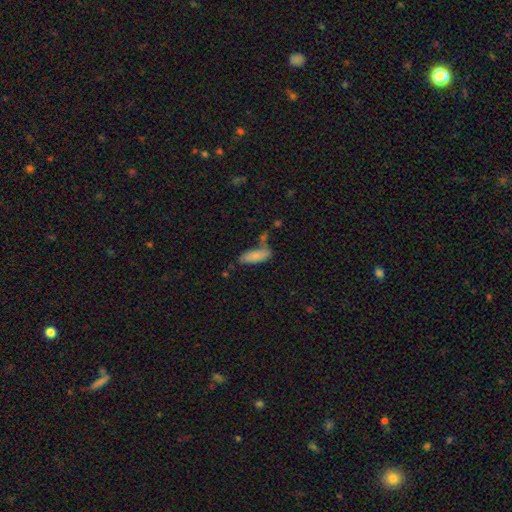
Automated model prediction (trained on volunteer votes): Smooth or featured? Predicted: smooth (p=0.82). How rounded? Predicted: in between (p=0.67). Merging? Predicted: none (p=0.54).